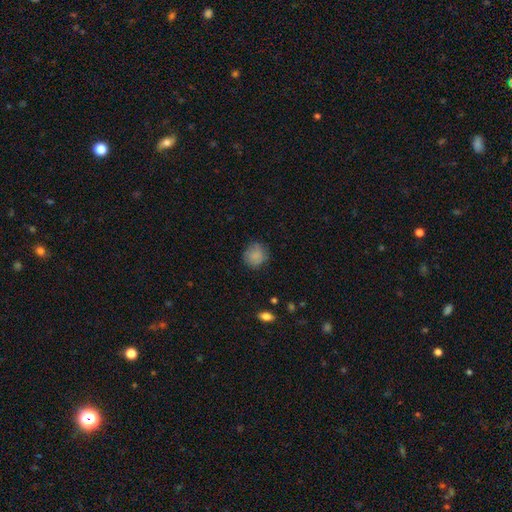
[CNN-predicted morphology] Overall: smooth (83%). How rounded: round (84%). Merging: none (75%).